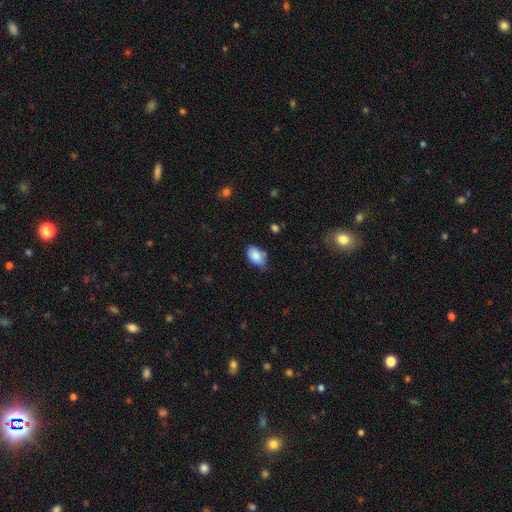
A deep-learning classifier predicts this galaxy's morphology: A smooth galaxy with no disk features (87%) that is in between round and cigar-shaped (91%). Merging: none (61%).